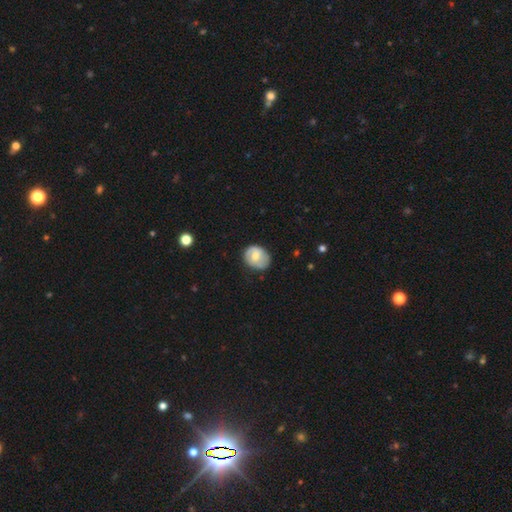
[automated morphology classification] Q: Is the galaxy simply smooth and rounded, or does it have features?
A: smooth — 58%.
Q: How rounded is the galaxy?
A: round — 55%.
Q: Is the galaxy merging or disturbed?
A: none — 72%.